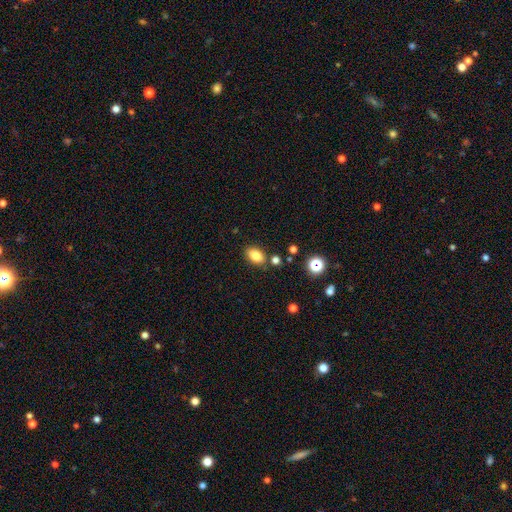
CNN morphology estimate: smooth-or-featured: smooth: 84% | star or artifact: 10% | featured or disk: 6%
  how-rounded: in between: 86% | round: 13% | cigar-shaped: 2%
  merging: none: 81% | minor disturbance: 11% | merger: 5% | major disturbance: 3%